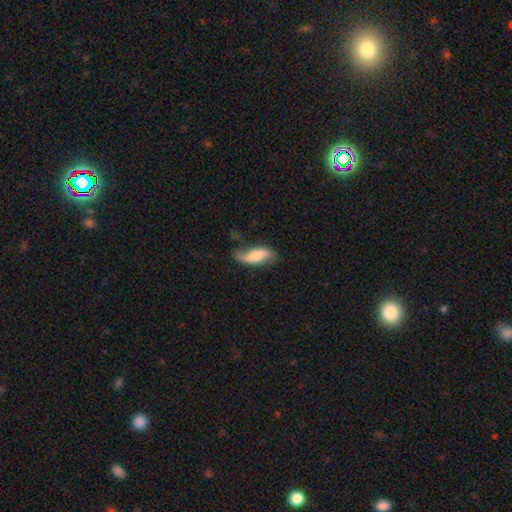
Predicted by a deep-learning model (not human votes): Smooth or featured? Predicted: featured or disk (p=0.52). Edge-on disk? Predicted: no (p=0.85). Merging? Predicted: none (p=0.56).